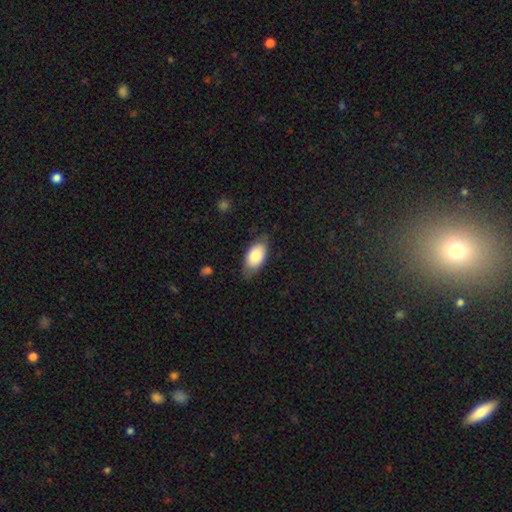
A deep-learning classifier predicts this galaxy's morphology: Smooth or featured: smooth — 81% (featured or disk — 12%)
How rounded: in between — 93% (round — 4%)
Merging: none — 75% (minor disturbance — 20%)